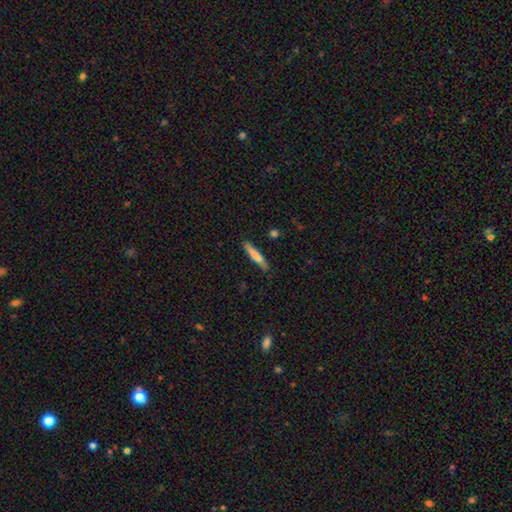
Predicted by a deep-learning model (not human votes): Overall: smooth (74%). How rounded: cigar-shaped (92%). Merging: none (84%).